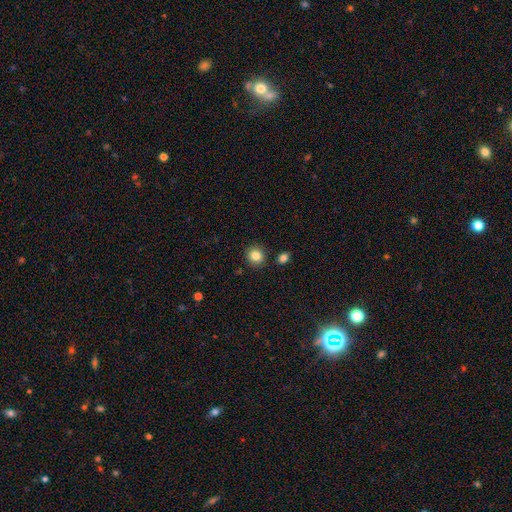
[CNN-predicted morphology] smooth 85%, star or artifact 10%, featured or disk 5%. Down the decision tree: how rounded — round (86%); merging — none (88%).